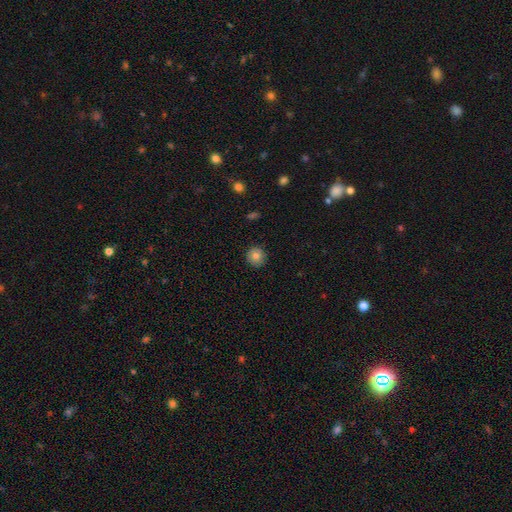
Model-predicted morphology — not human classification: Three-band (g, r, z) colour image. It shows a smooth galaxy with no disk features (80%) that is round (93%). Merging: none (90%).